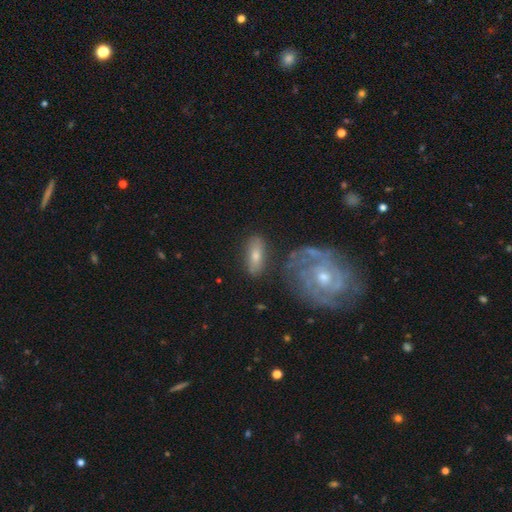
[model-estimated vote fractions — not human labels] A smooth galaxy with no disk features (60%) that is in between round and cigar-shaped (78%).

Vote fractions:
- Smooth or featured? smooth: 60% / featured or disk: 33% / star or artifact: 7%
- How rounded? in between: 78% / cigar-shaped: 17% / round: 5%
- Merging? none: 73% / minor disturbance: 15% / merger: 6% / major disturbance: 6%